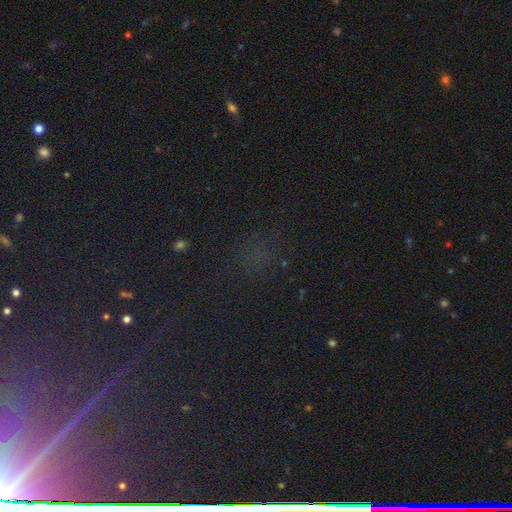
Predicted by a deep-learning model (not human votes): smooth-or-featured: star or artifact: 70% | smooth: 22% | featured or disk: 8%